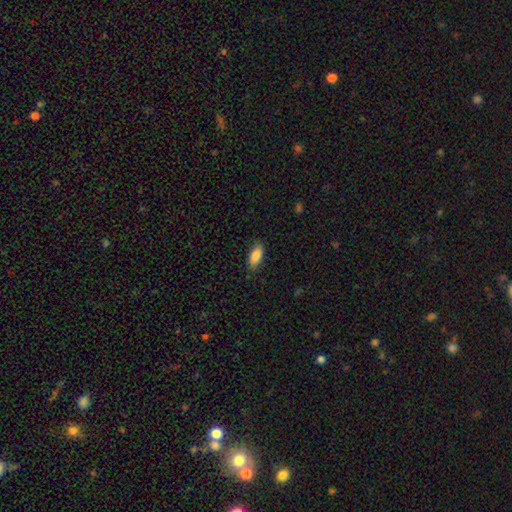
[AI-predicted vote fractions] smooth 88%, star or artifact 6%, featured or disk 6%. Down the decision tree: how rounded — in between (85%); merging — none (86%).